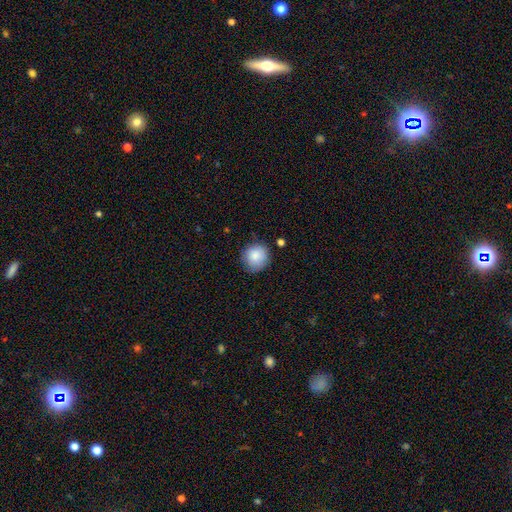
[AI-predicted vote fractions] The model was most divided on "merging": none: 81%, minor disturbance: 14%, major disturbance: 3%, merger: 2%. More confident: how rounded — round (91%); smooth or featured — smooth (87%).